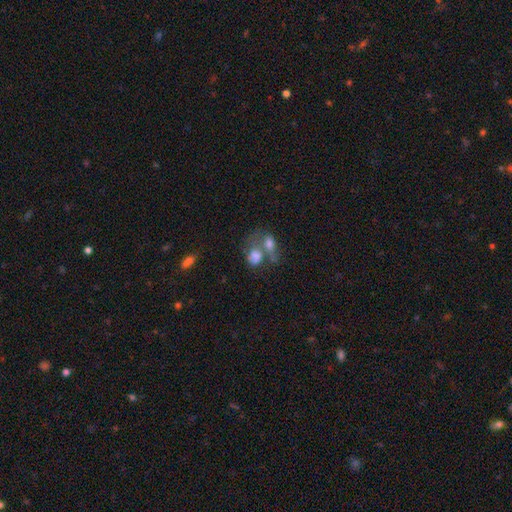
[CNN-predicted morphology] Q: Smooth or featured?
A: smooth (67%); runner-up: featured or disk (21%)
Q: How rounded?
A: in between (71%); runner-up: round (26%)
Q: Merging?
A: merger (57%); runner-up: none (19%)